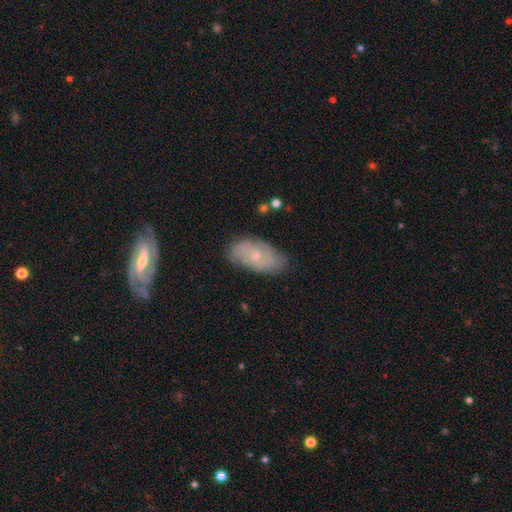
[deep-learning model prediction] Smooth or featured? Predicted: featured or disk (p=0.63). Edge-on disk? Predicted: no (p=0.91). Bar? Predicted: no (p=0.78). Spiral arms? Predicted: yes (p=0.79). Bulge size? Predicted: small (p=0.69). Merging? Predicted: none (p=0.74).